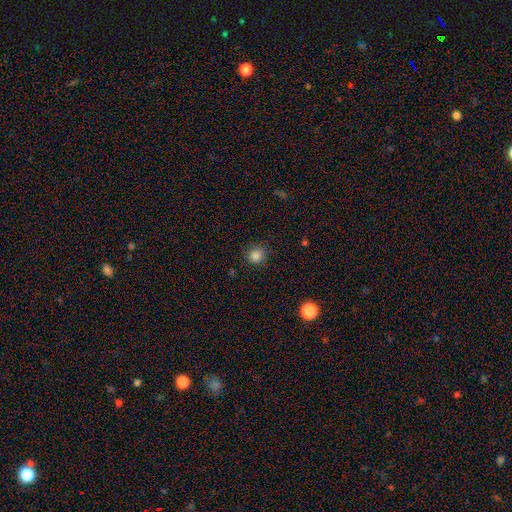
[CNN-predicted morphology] Smooth or featured?
  - smooth: 84% *
  - star or artifact: 12%
  - featured or disk: 3%
How rounded?
  - round: 92% *
  - in between: 7%
  - cigar-shaped: 1%
Merging?
  - none: 87% *
  - minor disturbance: 9%
  - major disturbance: 3%
  - merger: 1%